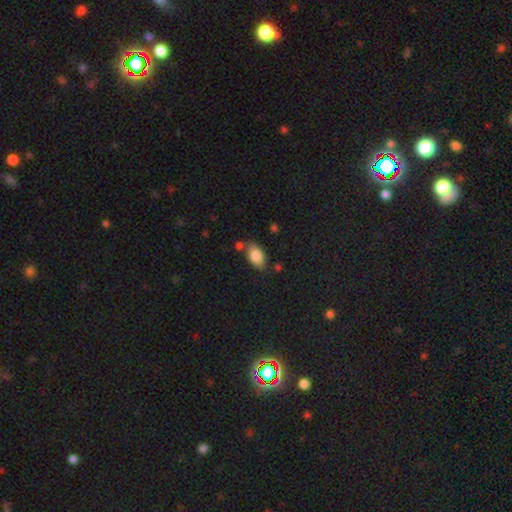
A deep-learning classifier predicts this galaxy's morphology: Smooth or featured: smooth — 84% (featured or disk — 8%)
How rounded: in between — 92% (round — 6%)
Merging: none — 69% (minor disturbance — 16%)